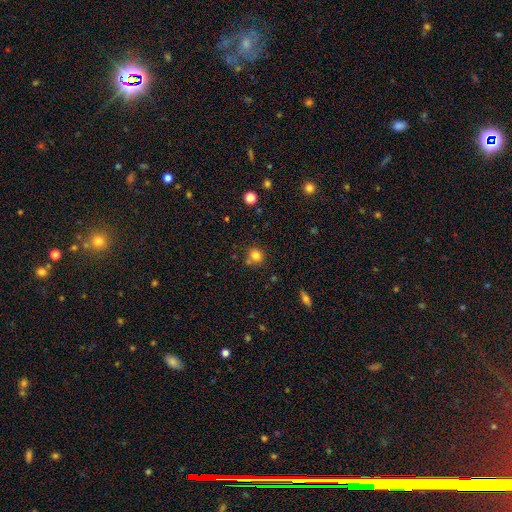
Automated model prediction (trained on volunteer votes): Smooth or featured: smooth — 81% (star or artifact — 13%)
How rounded: round — 86% (in between — 13%)
Merging: none — 72% (minor disturbance — 12%)